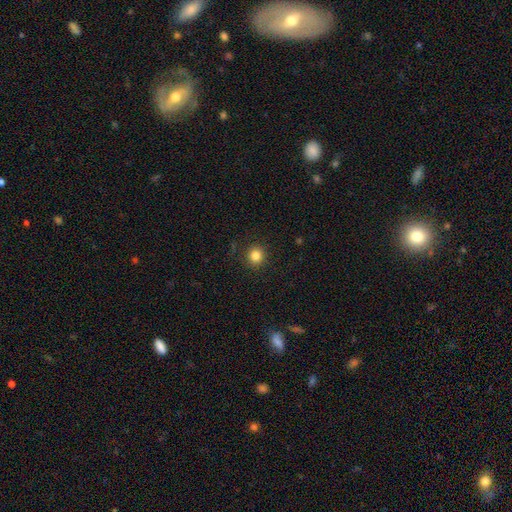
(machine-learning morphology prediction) This is clearly a smooth galaxy (83%). How rounded: clearly round (91%). Merging: clearly none (91%).